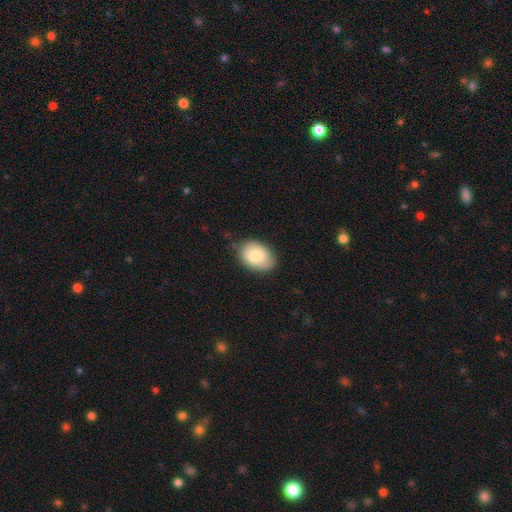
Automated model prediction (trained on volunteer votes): smooth-or-featured: smooth: 83% | featured or disk: 11% | star or artifact: 6%
  how-rounded: in between: 84% | round: 15% | cigar-shaped: 1%
  merging: none: 79% | minor disturbance: 17% | major disturbance: 3% | merger: 1%